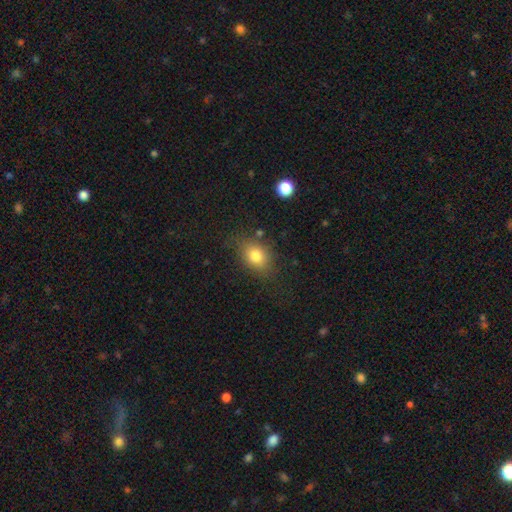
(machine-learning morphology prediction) A smooth galaxy with no disk features (78%) that is in between round and cigar-shaped (58%).

Vote fractions:
- Smooth or featured? smooth: 78% / star or artifact: 12% / featured or disk: 11%
- How rounded? in between: 58% / round: 40% / cigar-shaped: 2%
- Merging? none: 74% / minor disturbance: 17% / major disturbance: 6% / merger: 2%